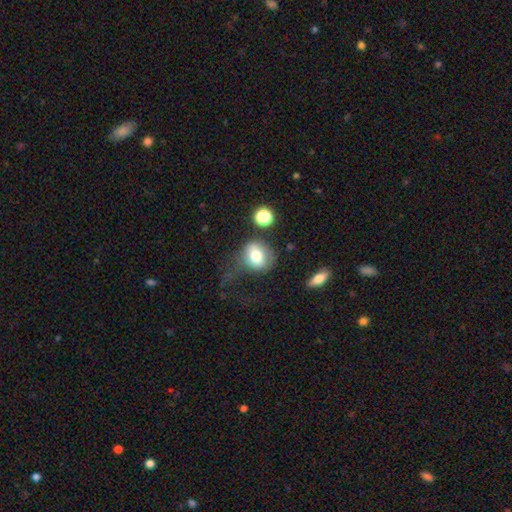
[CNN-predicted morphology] Q: Smooth or featured?
A: smooth (72%); runner-up: featured or disk (18%)
Q: How rounded?
A: round (62%); runner-up: in between (36%)
Q: Merging?
A: none (42%); runner-up: major disturbance (26%)